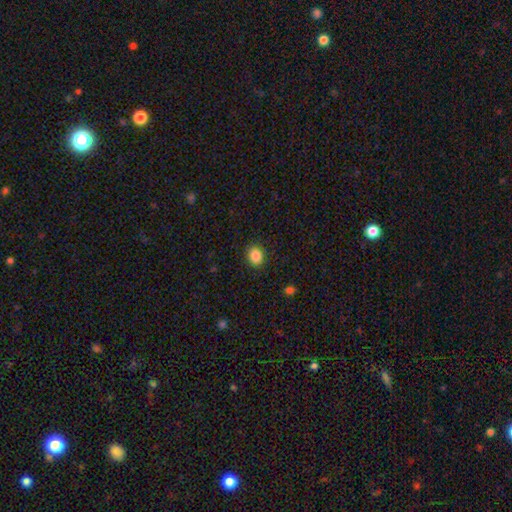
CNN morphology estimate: A smooth galaxy with no disk features (87%) that is round (60%).

Vote fractions:
- Smooth or featured? smooth: 87% / star or artifact: 10% / featured or disk: 4%
- How rounded? round: 60% / in between: 39% / cigar-shaped: 1%
- Merging? none: 89% / minor disturbance: 7% / major disturbance: 2% / merger: 1%